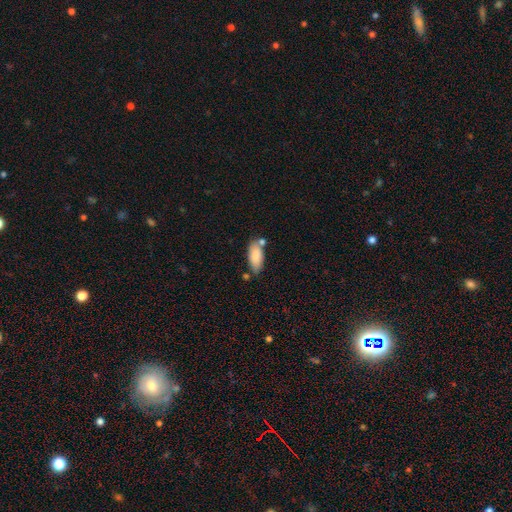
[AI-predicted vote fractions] A smooth galaxy with no disk features (85%) that is in between round and cigar-shaped (86%).

Vote fractions:
- Smooth or featured? smooth: 85% / featured or disk: 8% / star or artifact: 6%
- How rounded? in between: 86% / cigar-shaped: 11% / round: 2%
- Merging? none: 60% / minor disturbance: 20% / merger: 16% / major disturbance: 5%